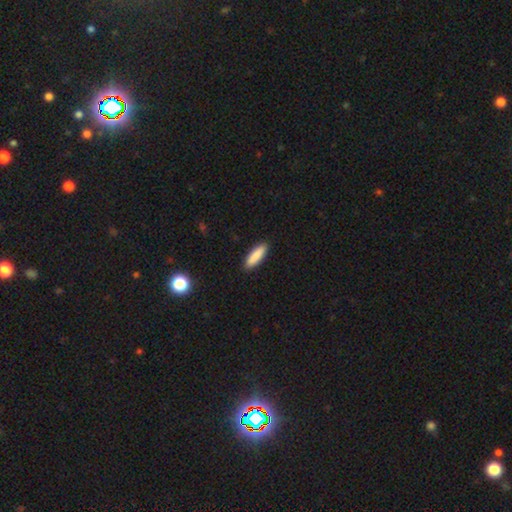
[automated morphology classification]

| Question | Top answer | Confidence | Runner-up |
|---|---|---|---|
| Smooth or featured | smooth | 88% | featured or disk (7%) |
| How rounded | cigar-shaped | 62% | in between (36%) |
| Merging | none | 90% | minor disturbance (7%) |